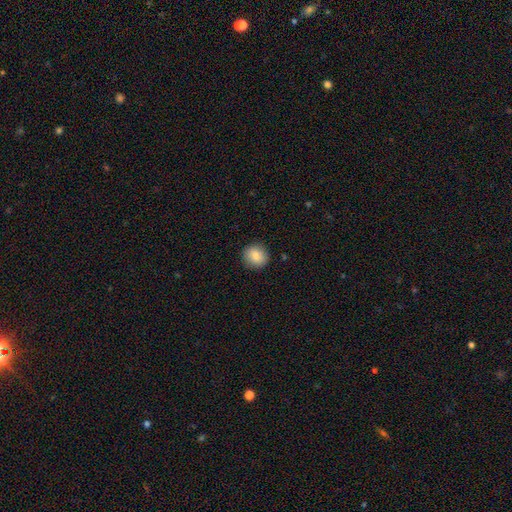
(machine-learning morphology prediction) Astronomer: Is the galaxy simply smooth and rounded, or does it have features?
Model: smooth — 84%.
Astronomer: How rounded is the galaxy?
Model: round — 84%.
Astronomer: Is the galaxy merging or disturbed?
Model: none — 89%.